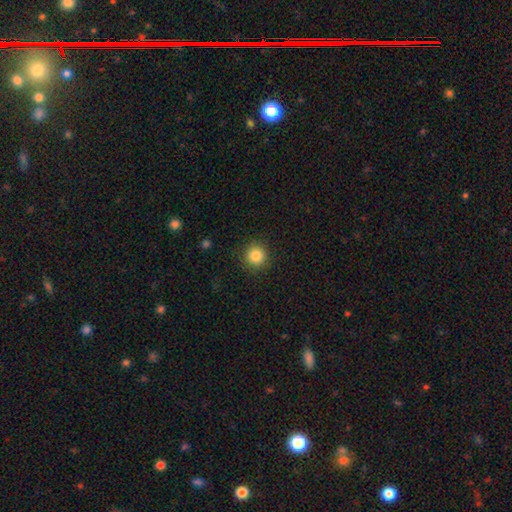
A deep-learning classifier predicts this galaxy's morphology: This is clearly a smooth galaxy (84%). How rounded: clearly round (94%). Merging: clearly none (90%).